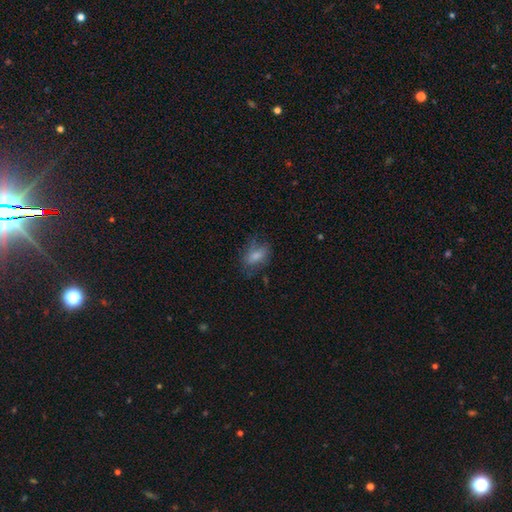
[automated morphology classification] Smooth or featured? smooth (73%)
How rounded? in between (84%)
Merging? none (59%)